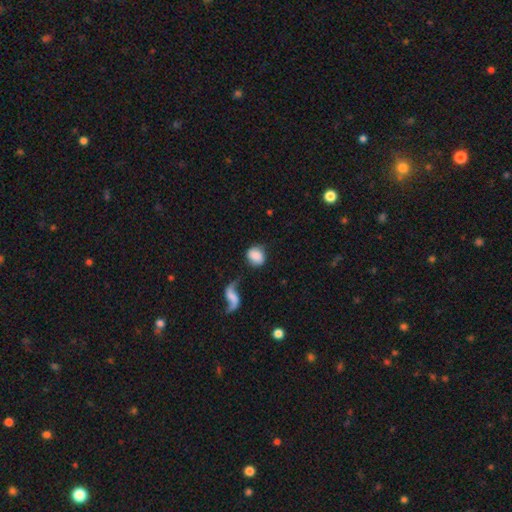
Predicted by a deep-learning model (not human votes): A smooth galaxy with no disk features (74%) that is round (63%).

Vote fractions:
- Smooth or featured? smooth: 74% / featured or disk: 17% / star or artifact: 8%
- How rounded? round: 63% / in between: 36% / cigar-shaped: 2%
- Merging? none: 61% / minor disturbance: 20% / merger: 10% / major disturbance: 9%